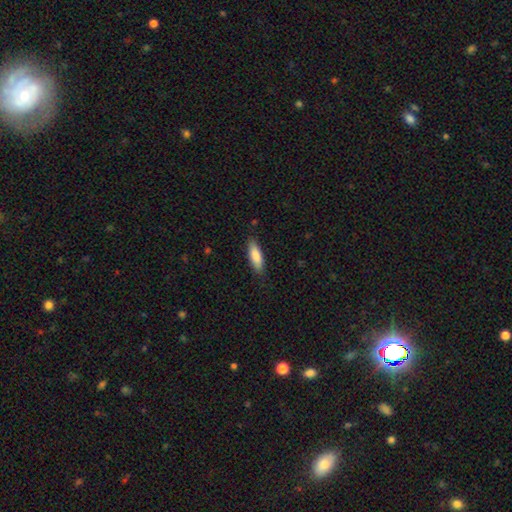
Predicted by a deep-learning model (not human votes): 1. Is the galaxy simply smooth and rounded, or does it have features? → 82% smooth, 12% featured or disk, 6% star or artifact.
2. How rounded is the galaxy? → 57% in between, 41% cigar-shaped, 2% round.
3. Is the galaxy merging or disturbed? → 84% none, 13% minor disturbance, 2% major disturbance, 1% merger.